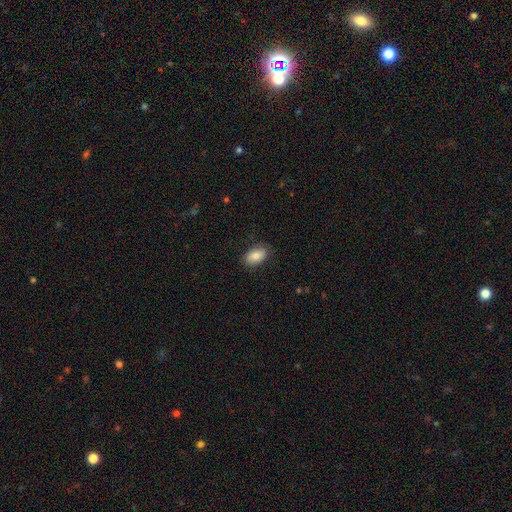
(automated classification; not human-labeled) smooth-or-featured: smooth: 83% | featured or disk: 10% | star or artifact: 7%
  how-rounded: in between: 92% | round: 6% | cigar-shaped: 2%
  merging: none: 84% | minor disturbance: 13% | major disturbance: 3% | merger: 1%